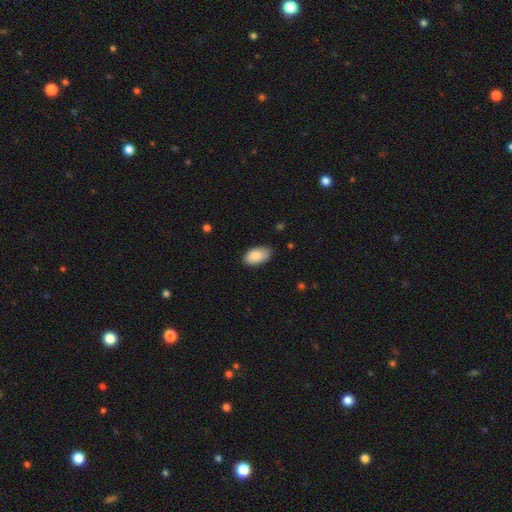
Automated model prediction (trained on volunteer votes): A smooth galaxy with no disk features (88%) that is in between round and cigar-shaped (95%). Merging: none (80%).